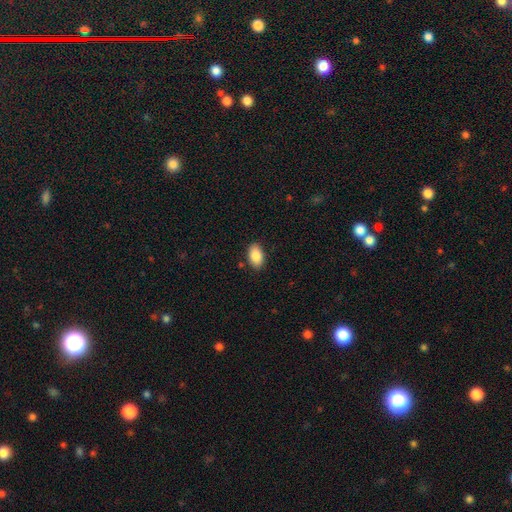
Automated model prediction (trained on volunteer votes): Q: Smooth or featured?
A: smooth (87%); runner-up: star or artifact (7%)
Q: How rounded?
A: in between (92%); runner-up: round (6%)
Q: Merging?
A: none (87%); runner-up: minor disturbance (10%)